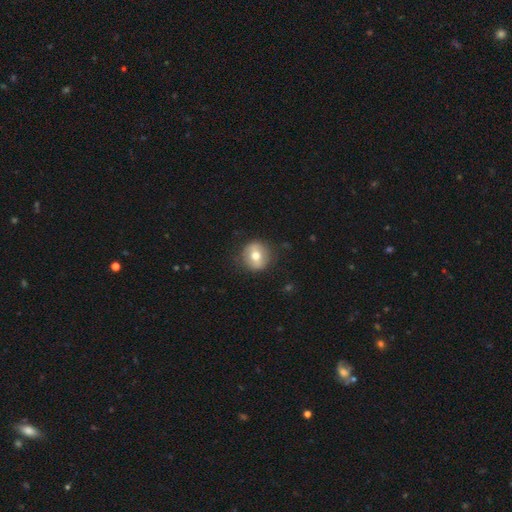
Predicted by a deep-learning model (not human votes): A smooth galaxy with no disk features (57%) that is round (88%). Merging: none (85%).